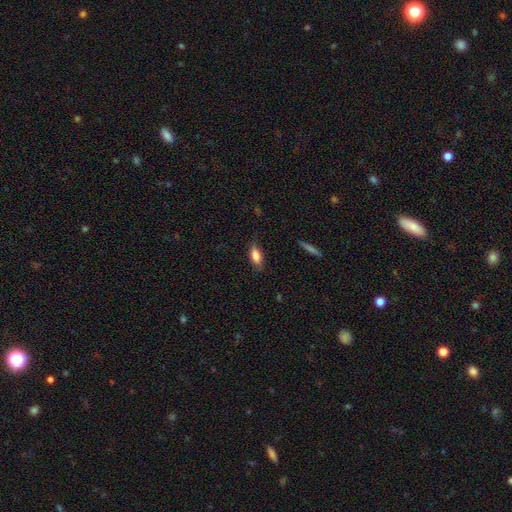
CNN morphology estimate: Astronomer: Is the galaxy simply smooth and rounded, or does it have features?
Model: smooth — 81%.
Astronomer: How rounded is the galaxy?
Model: in between — 80%.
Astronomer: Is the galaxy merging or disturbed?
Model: none — 75%.